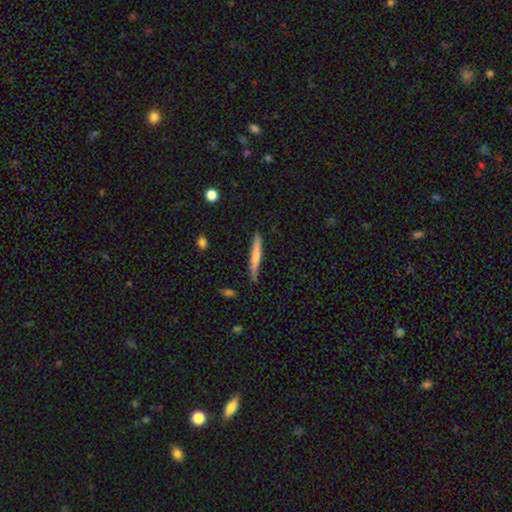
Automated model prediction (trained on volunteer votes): This is likely a smooth galaxy (65%). How rounded: clearly cigar-shaped (95%). Merging: clearly none (80%).